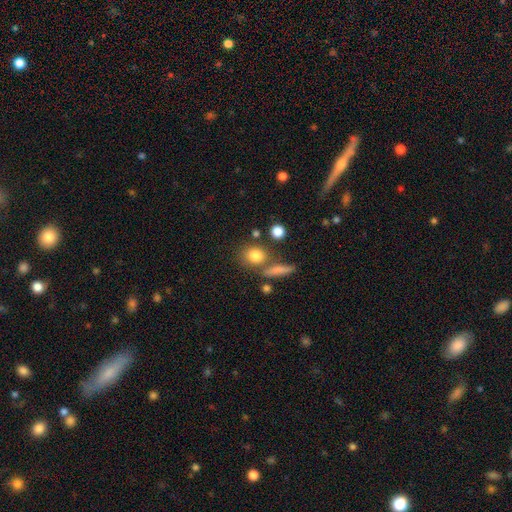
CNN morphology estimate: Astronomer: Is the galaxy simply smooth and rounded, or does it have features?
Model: smooth — 81%.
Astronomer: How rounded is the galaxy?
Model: round — 65%.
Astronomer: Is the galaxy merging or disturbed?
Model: none — 65%.